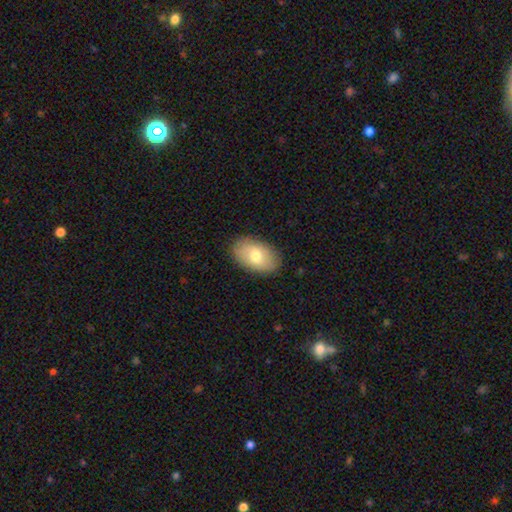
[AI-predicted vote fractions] Q: Smooth or featured?
A: smooth (72%); runner-up: featured or disk (22%)
Q: How rounded?
A: in between (92%); runner-up: round (7%)
Q: Merging?
A: none (87%); runner-up: minor disturbance (10%)